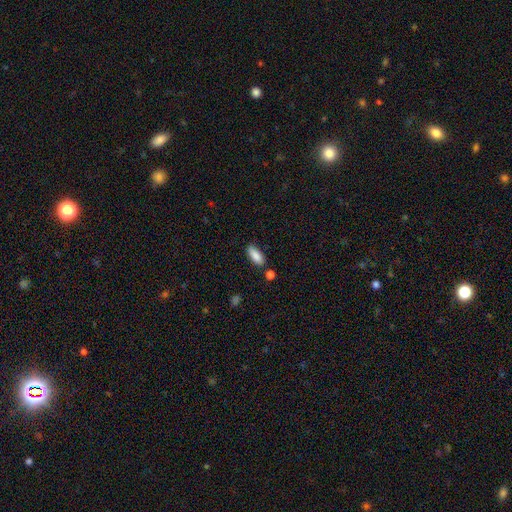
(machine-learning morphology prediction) Overall: smooth (88%). How rounded: in between (79%). Merging: none (79%).